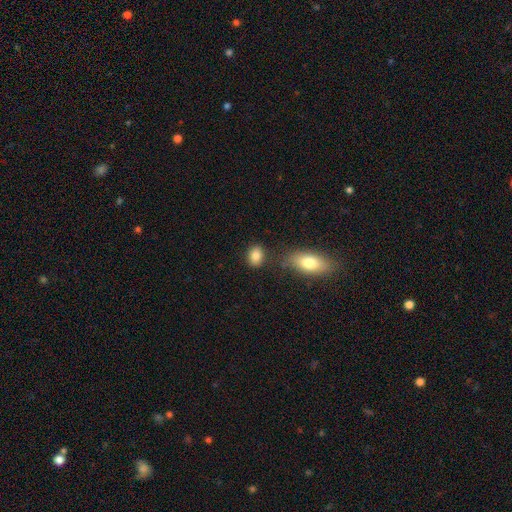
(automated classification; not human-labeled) Smooth or featured? Predicted: smooth (p=0.84). How rounded? Predicted: in between (p=0.69). Merging? Predicted: none (p=0.79).